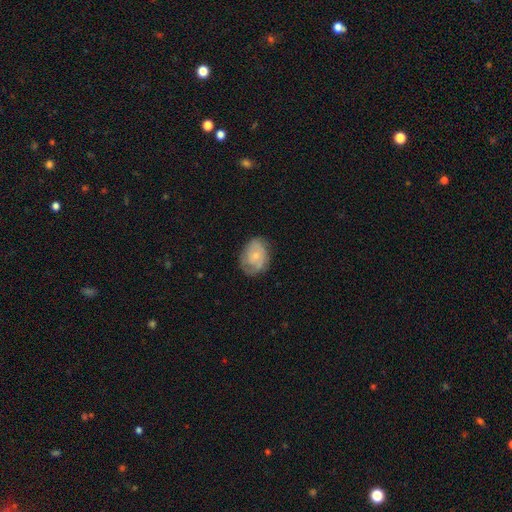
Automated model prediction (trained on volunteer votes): Overall: smooth (47%; featured or disk 45%). Merging: none (65%).